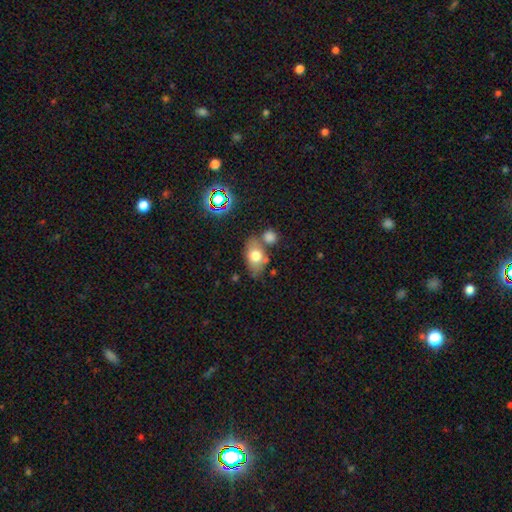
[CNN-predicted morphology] Smooth or featured? smooth (70%)
How rounded? in between (83%)
Merging? none (61%)